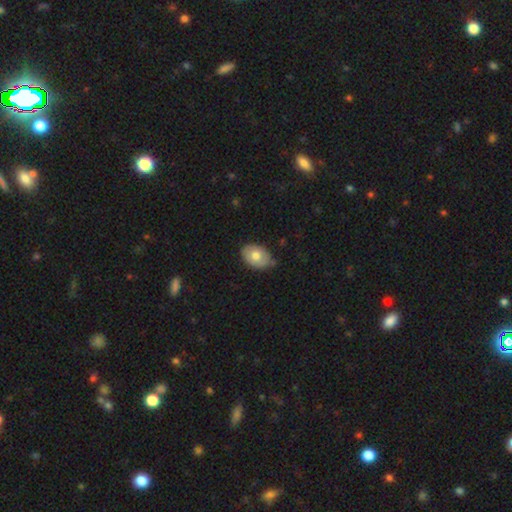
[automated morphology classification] Q: Smooth or featured?
A: smooth (73%); runner-up: featured or disk (21%)
Q: How rounded?
A: in between (83%); runner-up: round (16%)
Q: Merging?
A: none (79%); runner-up: minor disturbance (16%)